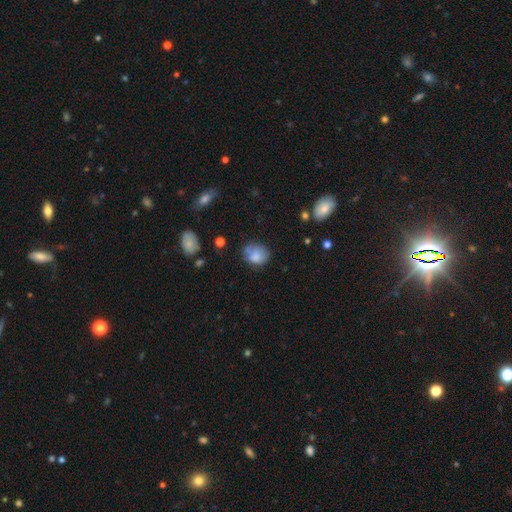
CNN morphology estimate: Smooth or featured? Predicted: smooth (p=0.78). How rounded? Predicted: round (p=0.56). Merging? Predicted: none (p=0.56).